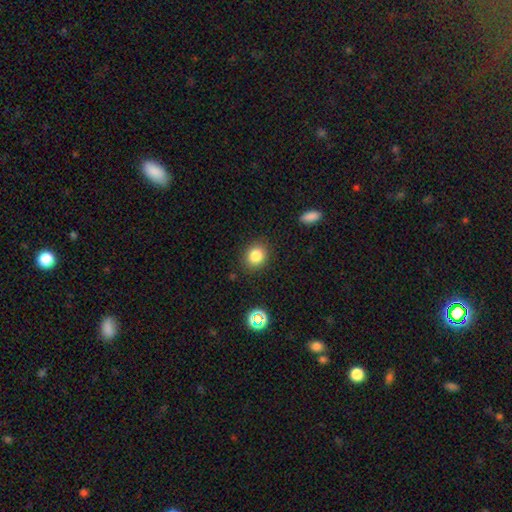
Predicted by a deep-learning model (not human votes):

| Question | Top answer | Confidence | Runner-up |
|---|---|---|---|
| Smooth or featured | smooth | 83% | star or artifact (11%) |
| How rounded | round | 72% | in between (27%) |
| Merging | none | 87% | minor disturbance (9%) |